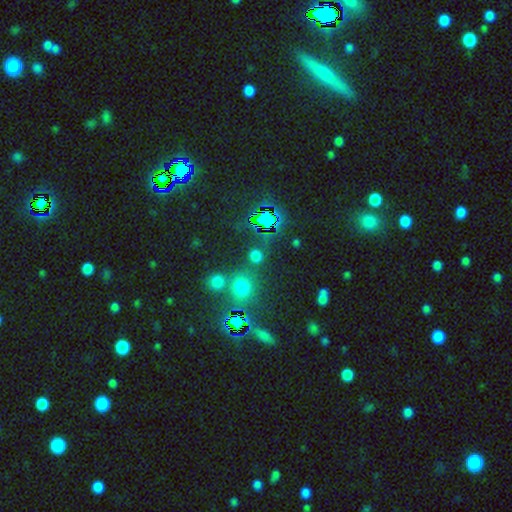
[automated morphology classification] Overall: smooth (52%; star or artifact 41%). How rounded: round (81%). Merging: none (71%).